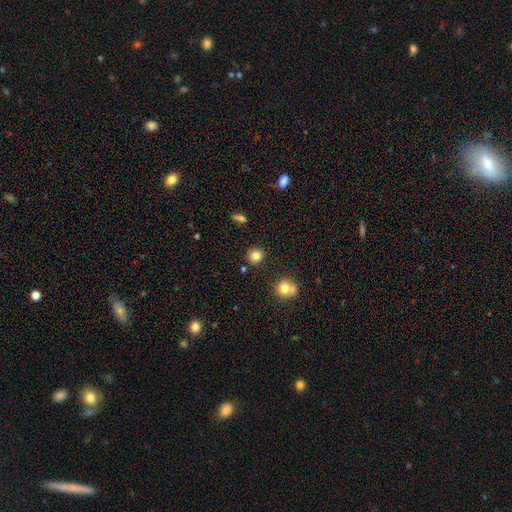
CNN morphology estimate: Q: Smooth or featured?
A: smooth (83%); runner-up: star or artifact (12%)
Q: How rounded?
A: round (90%); runner-up: in between (9%)
Q: Merging?
A: none (86%); runner-up: minor disturbance (7%)